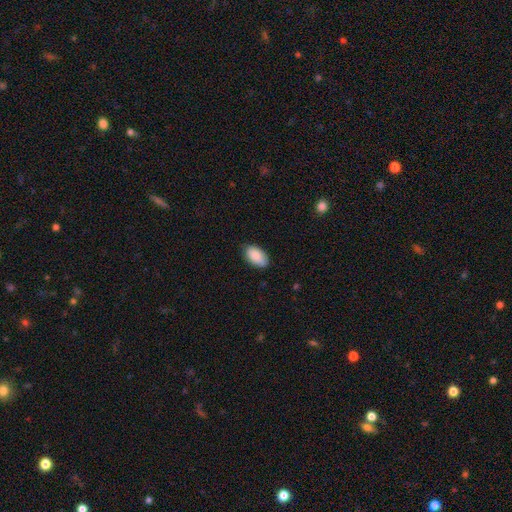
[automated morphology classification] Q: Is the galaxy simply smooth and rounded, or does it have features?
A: smooth — 87%.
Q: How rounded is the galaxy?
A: in between — 95%.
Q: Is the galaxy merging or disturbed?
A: none — 80%.